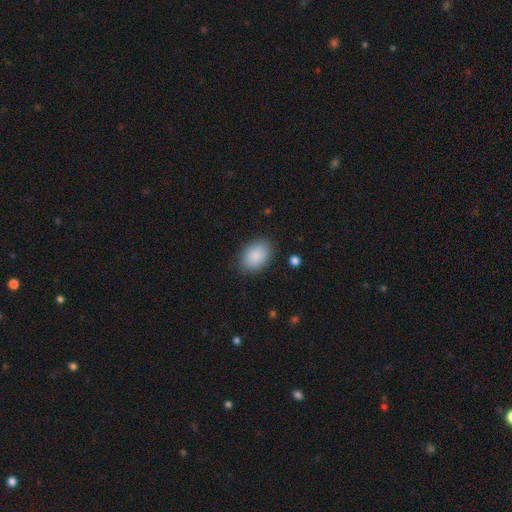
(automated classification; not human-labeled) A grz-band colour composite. It shows a smooth galaxy with no disk features (89%) that is in between round and cigar-shaped (84%). Merging: none (86%).